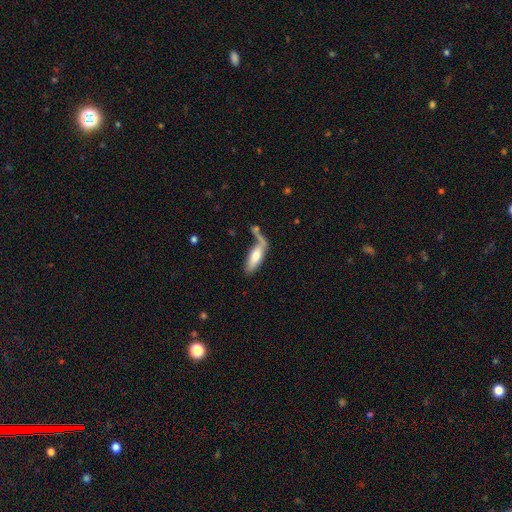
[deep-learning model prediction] Morphology: type=smooth (68%); roundness=in between (60%); merging=none (39%).